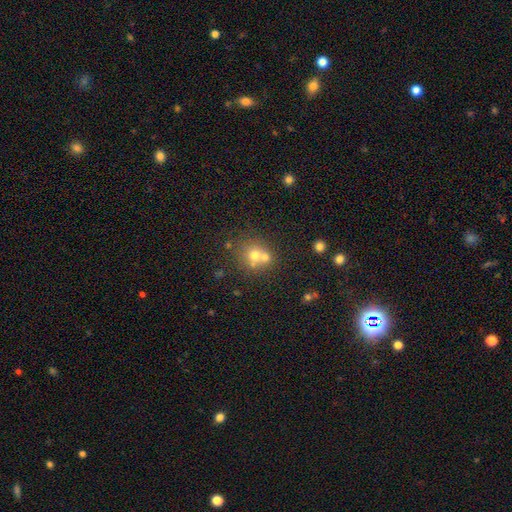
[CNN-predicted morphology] smooth_or_featured: smooth (p=0.65) [alt: featured or disk p=0.18]
how_rounded: round (p=0.84) [alt: in between p=0.15]
merging: none (p=0.47) [alt: merger p=0.42]